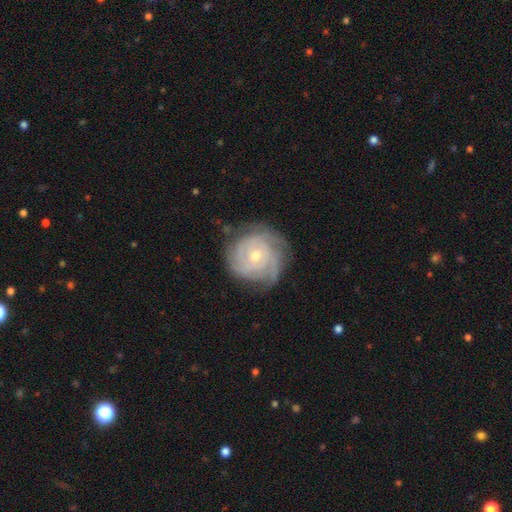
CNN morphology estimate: The model was most divided on "spiral arm count": can't tell: 32%, 3: 23%, 4: 20%, 2: 12%, more than 4: 7%, 1: 6%. More confident: edge-on disk — no (97%); spiral arms — yes (95%); smooth or featured — featured or disk (84%); spiral winding — tight (73%); merging — none (73%); bar — no (70%); bulge size — small (55%).